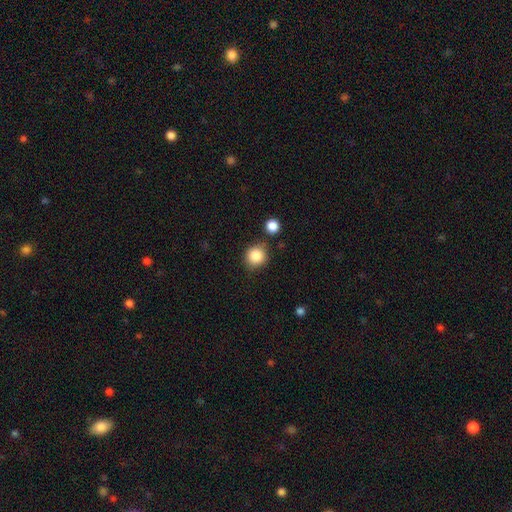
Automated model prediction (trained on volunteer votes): Morphology: type=smooth (86%); roundness=round (86%); merging=none (79%).